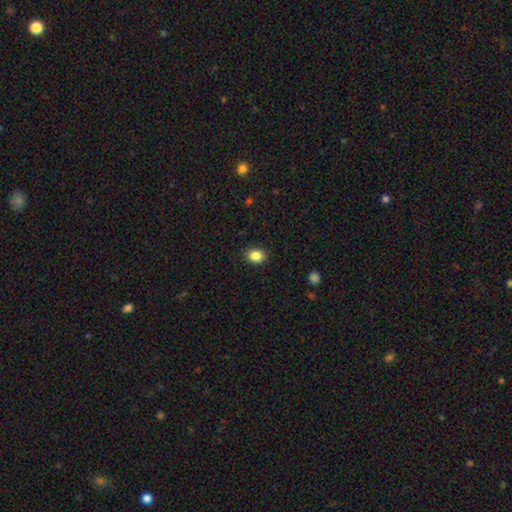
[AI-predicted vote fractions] A smooth galaxy with no disk features (86%) that is in between round and cigar-shaped (55%).

Vote fractions:
- Smooth or featured? smooth: 86% / star or artifact: 9% / featured or disk: 4%
- How rounded? in between: 55% / round: 44% / cigar-shaped: 1%
- Merging? none: 89% / minor disturbance: 8% / major disturbance: 2% / merger: 1%